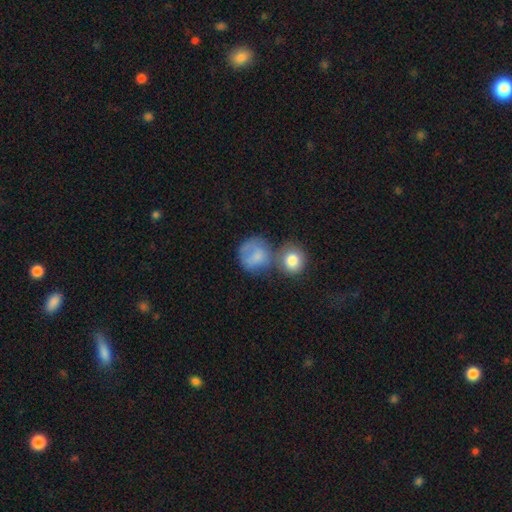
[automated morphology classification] smooth-or-featured: smooth: 75% | featured or disk: 16% | star or artifact: 9%
  how-rounded: round: 80% | in between: 19% | cigar-shaped: 1%
  merging: none: 36% | merger: 30% | minor disturbance: 18% | major disturbance: 15%